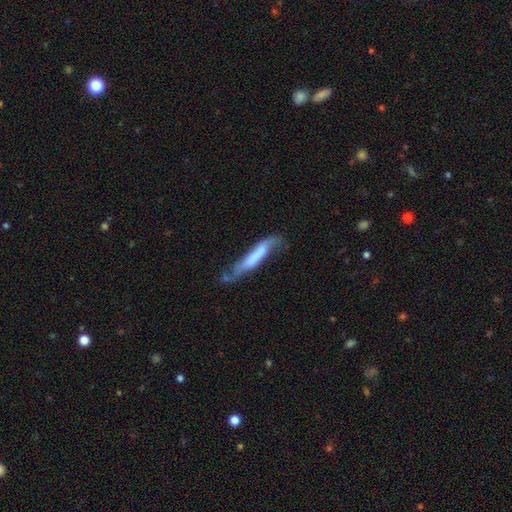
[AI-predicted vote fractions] smooth-or-featured: smooth: 55% | featured or disk: 39% | star or artifact: 6%
  how-rounded: cigar-shaped: 90% | in between: 9% | round: 1%
  merging: none: 40% | minor disturbance: 33% | major disturbance: 18% | merger: 8%